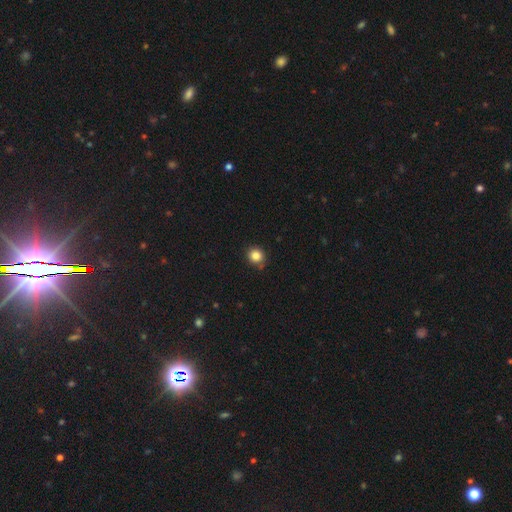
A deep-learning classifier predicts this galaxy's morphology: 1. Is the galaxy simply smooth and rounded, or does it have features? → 85% smooth, 11% star or artifact, 4% featured or disk.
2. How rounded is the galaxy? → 88% round, 11% in between, 1% cigar-shaped.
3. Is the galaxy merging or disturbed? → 82% none, 12% minor disturbance, 3% merger, 3% major disturbance.